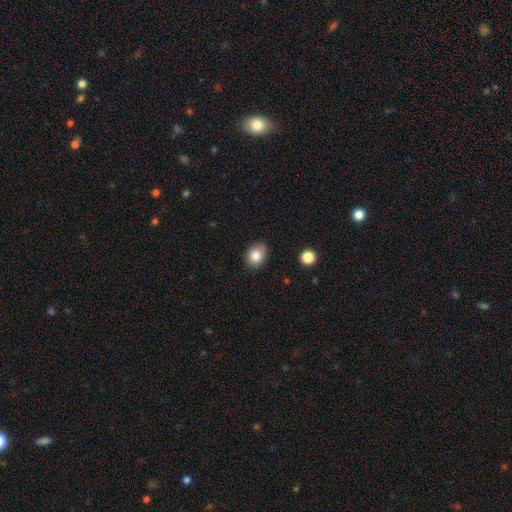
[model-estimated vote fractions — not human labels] This is clearly a smooth galaxy (84%). How rounded: possibly in between (56%). Merging: likely none (77%).